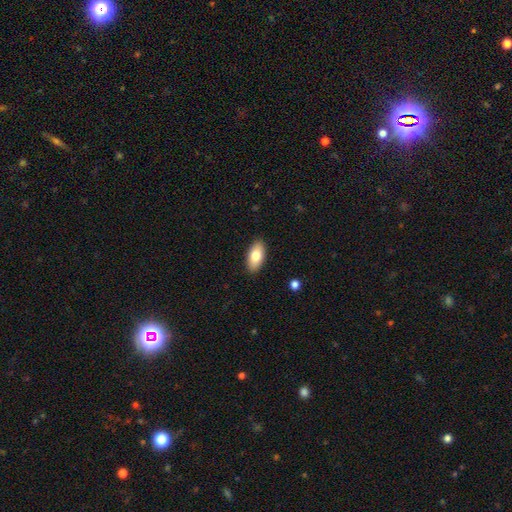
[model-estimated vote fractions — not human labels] This is likely a smooth galaxy (79%). How rounded: clearly in between (93%). Merging: clearly none (90%).